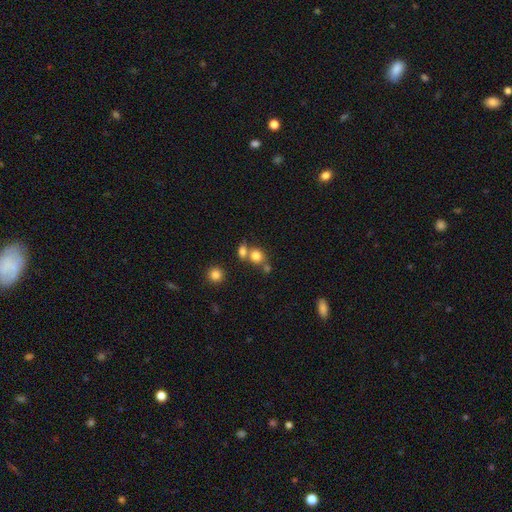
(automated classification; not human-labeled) Smooth or featured? Predicted: smooth (p=0.79). How rounded? Predicted: round (p=0.72). Merging? Predicted: none (p=0.47).